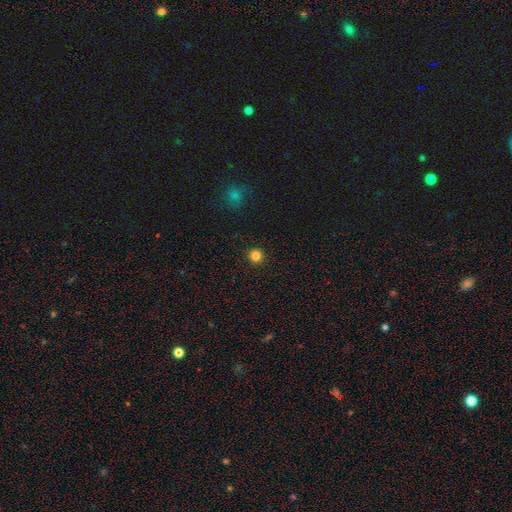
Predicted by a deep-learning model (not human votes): A smooth galaxy with no disk features (83%) that is round (95%). Merging: none (93%).